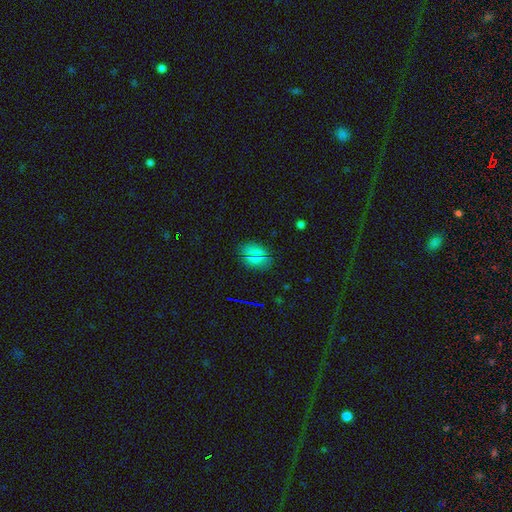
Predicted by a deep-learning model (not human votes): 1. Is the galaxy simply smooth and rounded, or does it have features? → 70% smooth, 23% star or artifact, 7% featured or disk.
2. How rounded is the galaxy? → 71% in between, 26% round, 3% cigar-shaped.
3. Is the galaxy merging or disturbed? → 85% none, 11% minor disturbance, 3% major disturbance, 2% merger.